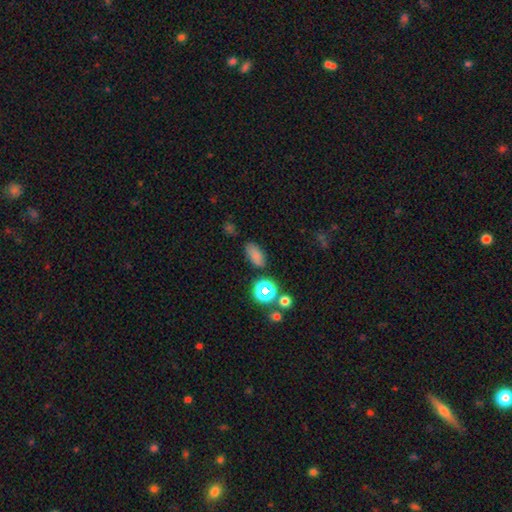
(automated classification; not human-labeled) smooth-or-featured: smooth: 75% | star or artifact: 18% | featured or disk: 7%
  how-rounded: in between: 85% | round: 10% | cigar-shaped: 5%
  merging: none: 73% | minor disturbance: 17% | merger: 5% | major disturbance: 5%